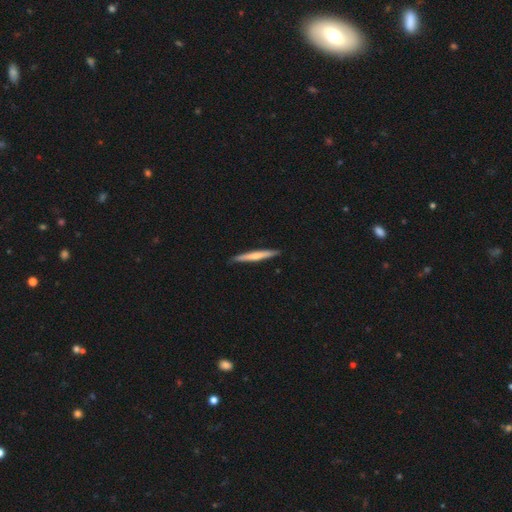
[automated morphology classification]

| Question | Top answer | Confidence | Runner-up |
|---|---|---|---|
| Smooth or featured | smooth | 57% | featured or disk (39%) |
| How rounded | cigar-shaped | 96% | in between (3%) |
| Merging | none | 91% | minor disturbance (7%) |